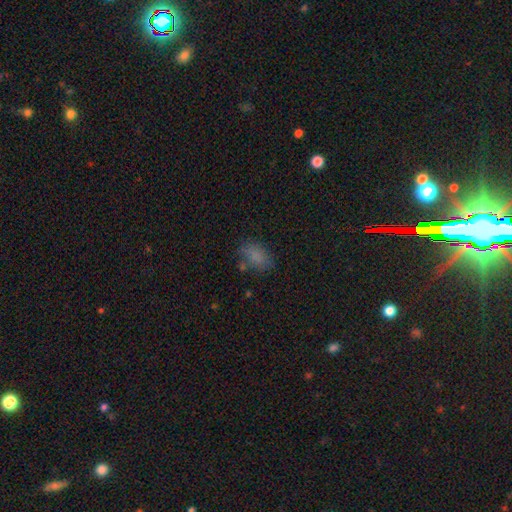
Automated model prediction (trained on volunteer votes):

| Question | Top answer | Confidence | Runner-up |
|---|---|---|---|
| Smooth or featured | smooth | 77% | star or artifact (14%) |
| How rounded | in between | 85% | round (13%) |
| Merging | none | 65% | minor disturbance (21%) |